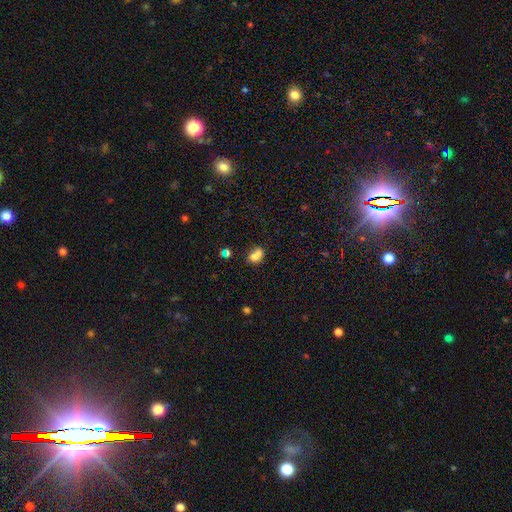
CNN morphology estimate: smooth_or_featured: smooth (p=0.71) [alt: featured or disk p=0.16]
how_rounded: in between (p=0.59) [alt: round p=0.39]
merging: merger (p=0.49) [alt: none p=0.29]